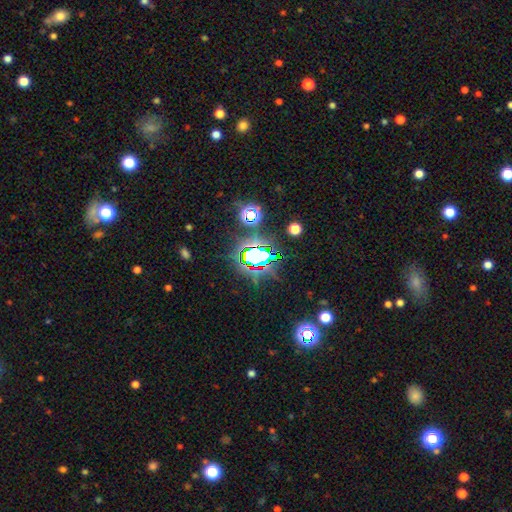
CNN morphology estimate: This is likely a star or artifact rather than a galaxy (70%).